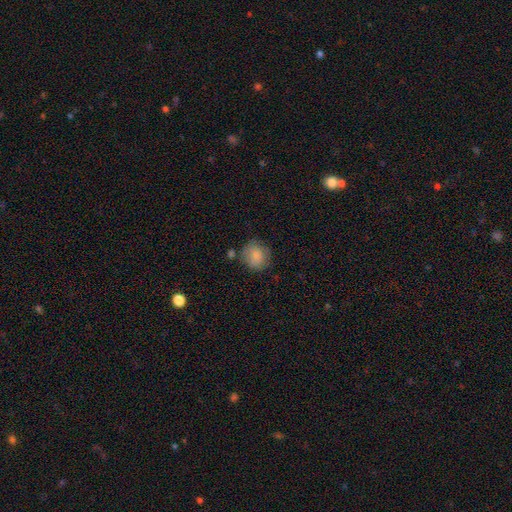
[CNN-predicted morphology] Smooth or featured? smooth (84%)
How rounded? round (78%)
Merging? none (69%)